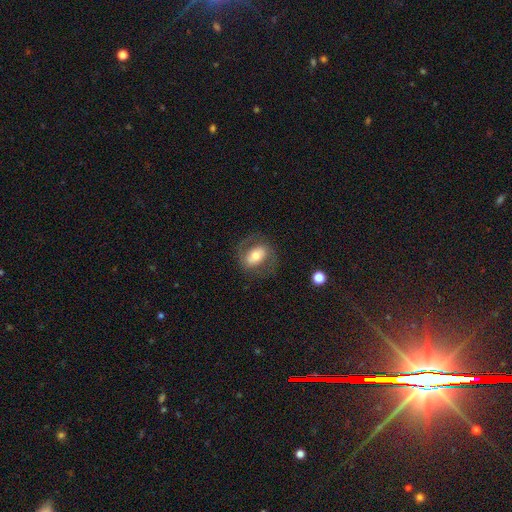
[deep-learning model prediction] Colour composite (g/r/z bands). It shows a smooth galaxy with no disk features (47%). Merging: none (70%).